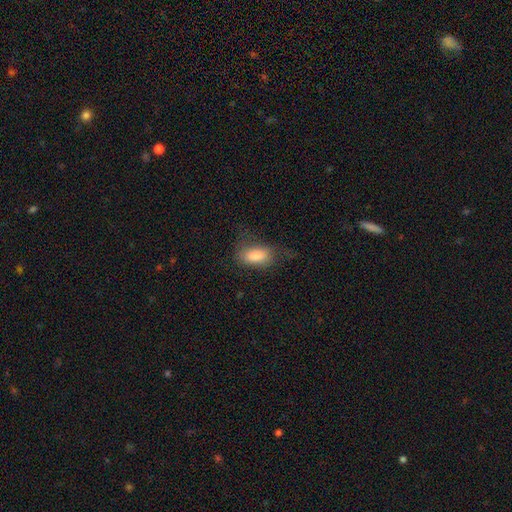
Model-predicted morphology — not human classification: smooth 80%, featured or disk 12%, star or artifact 8%. Down the decision tree: how rounded — in between (89%); merging — none (56%).